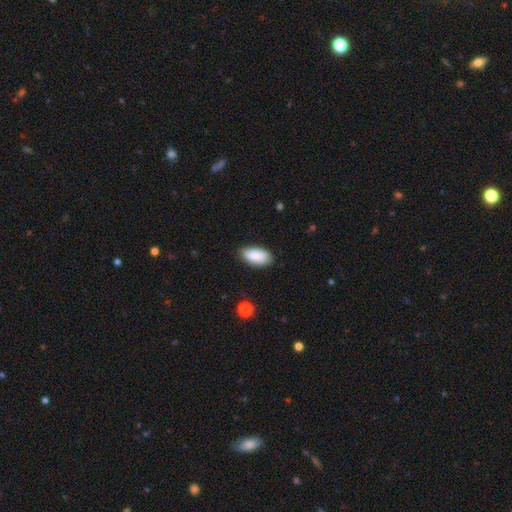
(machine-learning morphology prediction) A smooth galaxy with no disk features (84%) that is in between round and cigar-shaped (91%). Merging: none (77%).